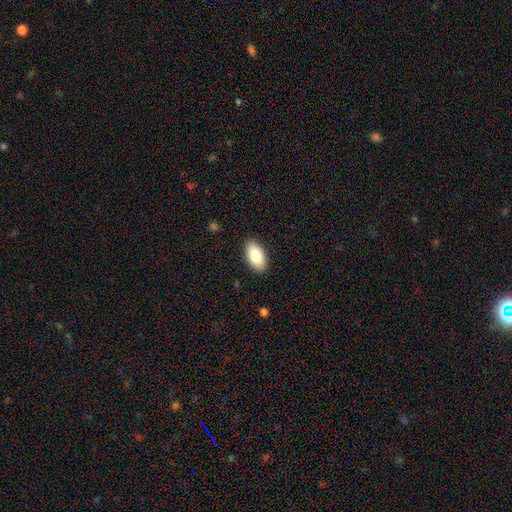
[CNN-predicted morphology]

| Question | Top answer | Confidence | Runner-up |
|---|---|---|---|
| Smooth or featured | smooth | 83% | featured or disk (11%) |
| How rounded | in between | 95% | cigar-shaped (3%) |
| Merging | none | 89% | minor disturbance (8%) |